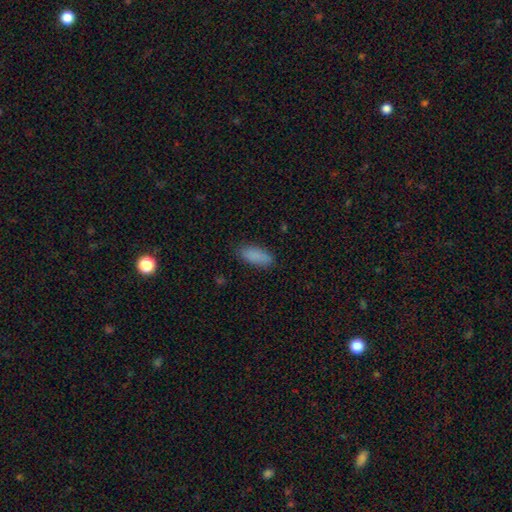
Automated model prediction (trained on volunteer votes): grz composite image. It shows a smooth galaxy with no disk features (88%) that is in between round and cigar-shaped (80%). Merging: none (84%).